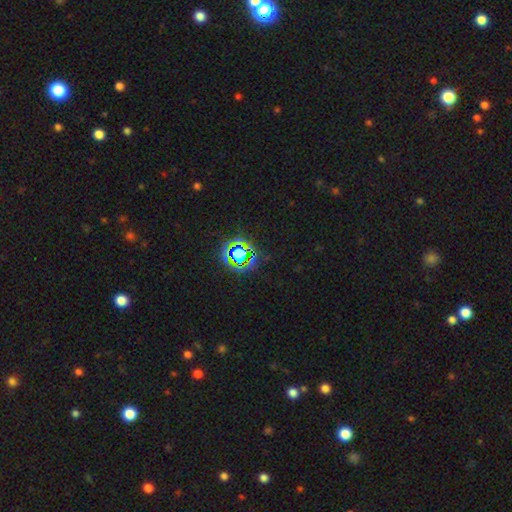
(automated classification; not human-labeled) This is likely a star or artifact rather than a galaxy (77%).